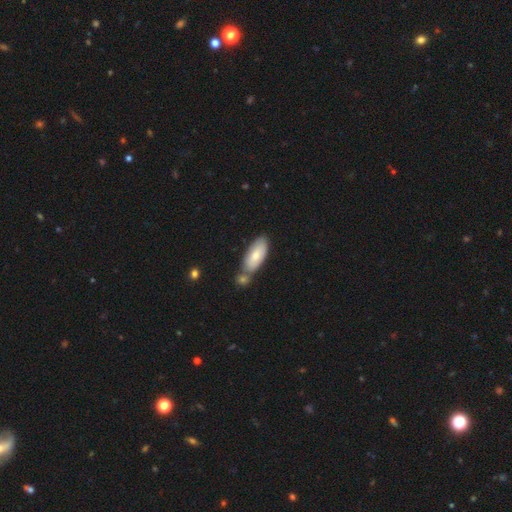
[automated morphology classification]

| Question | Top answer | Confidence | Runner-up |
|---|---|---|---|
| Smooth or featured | smooth | 72% | featured or disk (22%) |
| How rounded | in between | 85% | cigar-shaped (13%) |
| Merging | none | 53% | merger (29%) |